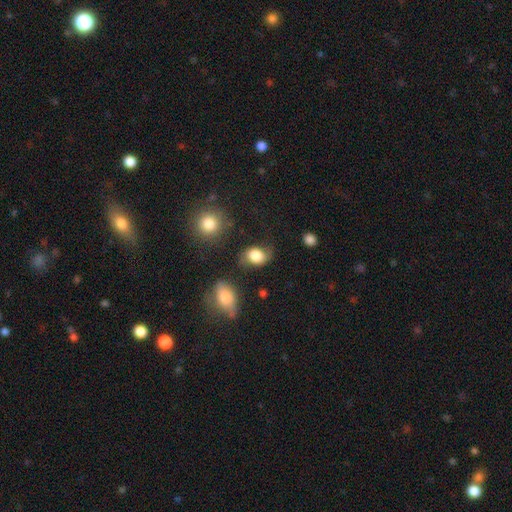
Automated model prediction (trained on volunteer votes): Smooth or featured? smooth (75%)
How rounded? in between (71%)
Merging? none (53%)